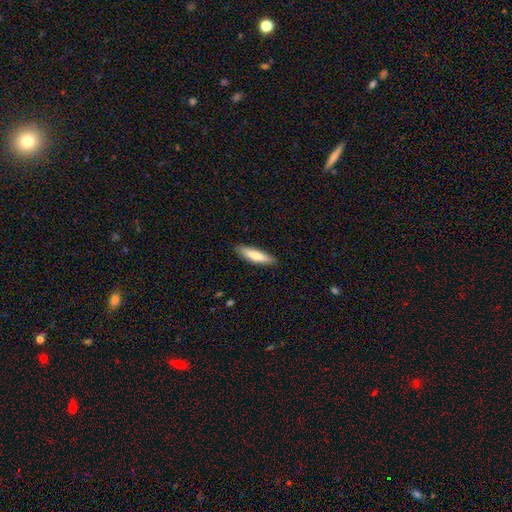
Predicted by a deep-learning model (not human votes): smooth-or-featured: smooth: 74% | featured or disk: 20% | star or artifact: 5%
  how-rounded: cigar-shaped: 73% | in between: 26% | round: 1%
  merging: none: 89% | minor disturbance: 8% | major disturbance: 2% | merger: 1%